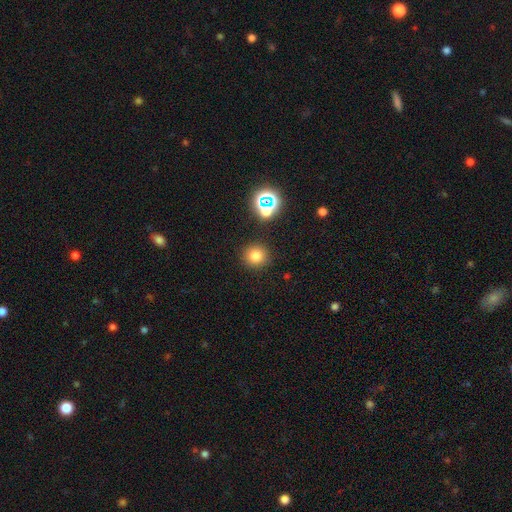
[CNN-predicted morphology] Q: Smooth or featured?
A: smooth (76%); runner-up: star or artifact (18%)
Q: How rounded?
A: round (92%); runner-up: in between (7%)
Q: Merging?
A: none (88%); runner-up: minor disturbance (6%)